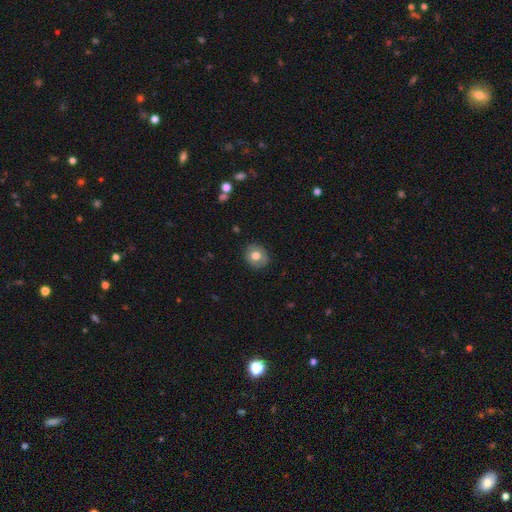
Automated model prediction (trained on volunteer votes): This appears to be a smooth galaxy with no disk features (69%) that is round (75%). Merging: none (87%).